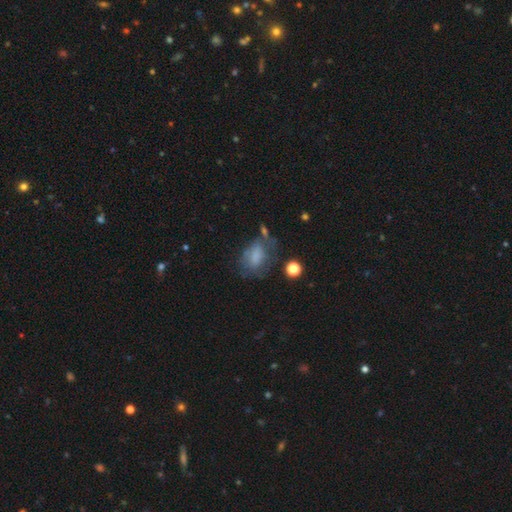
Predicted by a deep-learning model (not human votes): This appears to be a smooth galaxy with no disk features (63%) that is in between round and cigar-shaped (80%). Merging: none (39%).